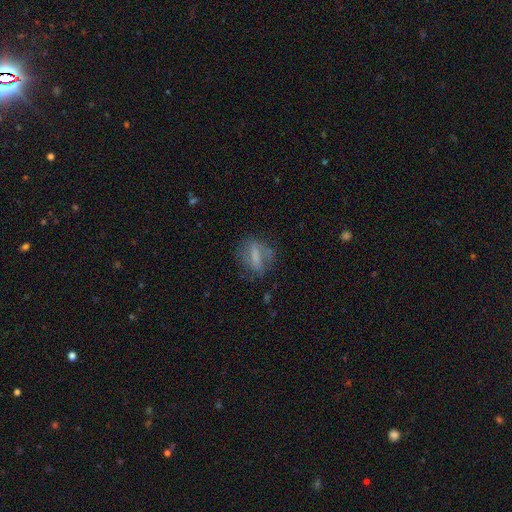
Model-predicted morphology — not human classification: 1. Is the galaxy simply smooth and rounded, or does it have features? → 45% featured or disk, 44% smooth, 11% star or artifact.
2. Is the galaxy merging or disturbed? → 61% none, 21% minor disturbance, 15% major disturbance, 3% merger.